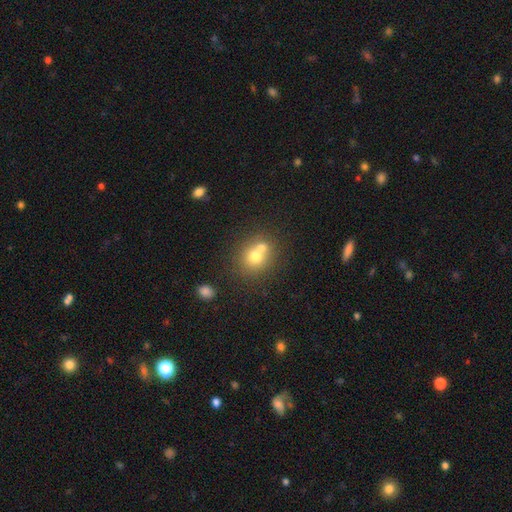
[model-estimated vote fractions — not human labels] smooth_or_featured: smooth (p=0.69) [alt: featured or disk p=0.18]
how_rounded: round (p=0.78) [alt: in between p=0.21]
merging: merger (p=0.46) [alt: none p=0.44]